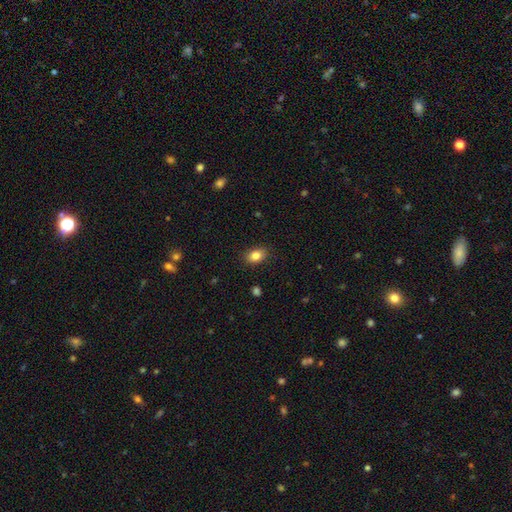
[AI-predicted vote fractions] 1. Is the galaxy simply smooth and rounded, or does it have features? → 83% smooth, 9% star or artifact, 7% featured or disk.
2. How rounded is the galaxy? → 77% in between, 21% round, 1% cigar-shaped.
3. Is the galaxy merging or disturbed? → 88% none, 9% minor disturbance, 2% major disturbance, 1% merger.